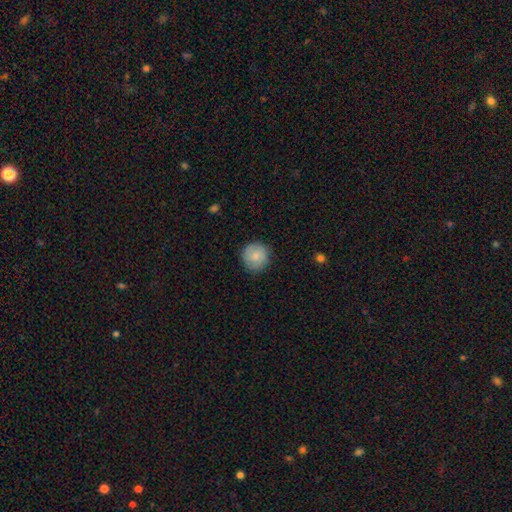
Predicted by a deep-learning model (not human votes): A smooth galaxy with no disk features (76%) that is round (93%). Merging: none (83%).